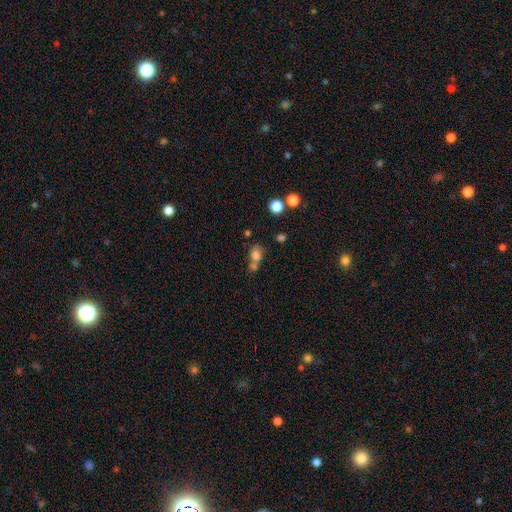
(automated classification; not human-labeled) This appears to be a smooth galaxy with no disk features (76%) that is in between round and cigar-shaped (60%). Merging: merger (47%).